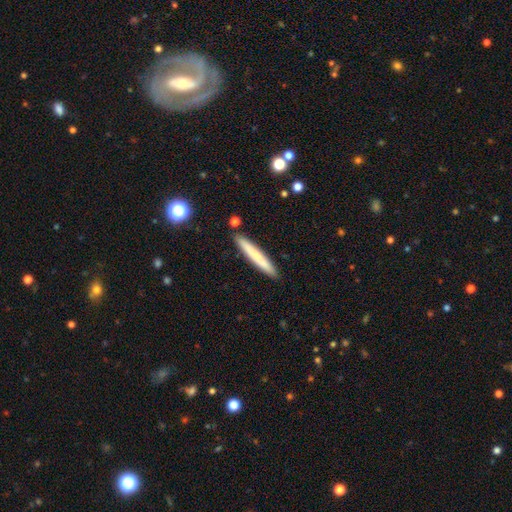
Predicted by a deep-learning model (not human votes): Smooth or featured?
  - smooth: 72% *
  - featured or disk: 22%
  - star or artifact: 6%
How rounded?
  - cigar-shaped: 96% *
  - in between: 3%
  - round: 1%
Merging?
  - none: 90% *
  - minor disturbance: 7%
  - merger: 2%
  - major disturbance: 1%